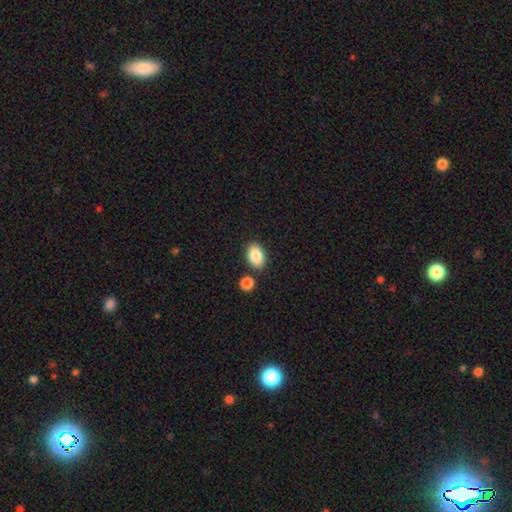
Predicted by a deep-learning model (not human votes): This appears to be a smooth galaxy with no disk features (86%) that is in between round and cigar-shaped (85%). Merging: none (80%).